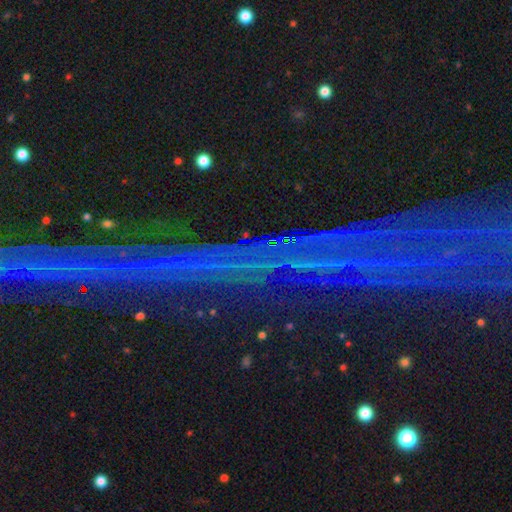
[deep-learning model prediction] A star or artifact, not a galaxy (86%).

Vote fractions:
- Smooth or featured? star or artifact: 86% / featured or disk: 8% / smooth: 6%